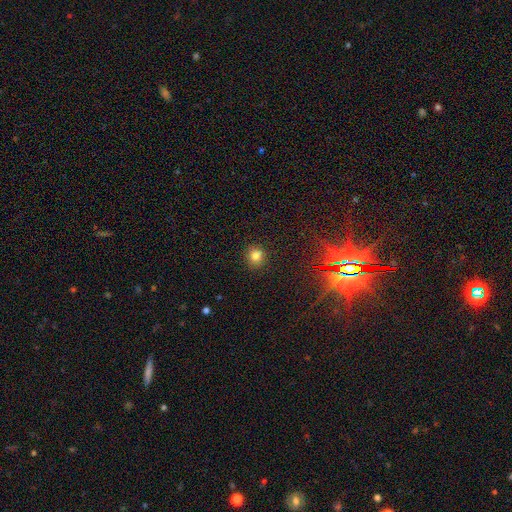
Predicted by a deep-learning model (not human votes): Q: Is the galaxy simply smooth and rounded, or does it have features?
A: smooth — 78%.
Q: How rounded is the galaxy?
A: round — 86%.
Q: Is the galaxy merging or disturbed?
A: none — 89%.